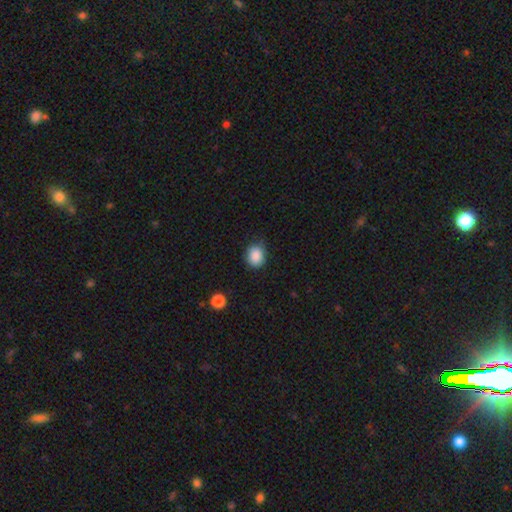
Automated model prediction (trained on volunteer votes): A smooth galaxy with no disk features (87%) that is round (63%). Merging: none (75%).